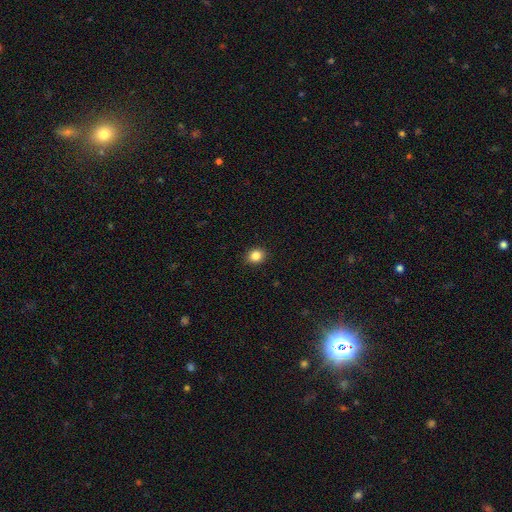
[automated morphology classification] smooth-or-featured: smooth: 85% | star or artifact: 10% | featured or disk: 4%
  how-rounded: round: 63% | in between: 36% | cigar-shaped: 1%
  merging: none: 91% | minor disturbance: 6% | major disturbance: 2% | merger: 1%